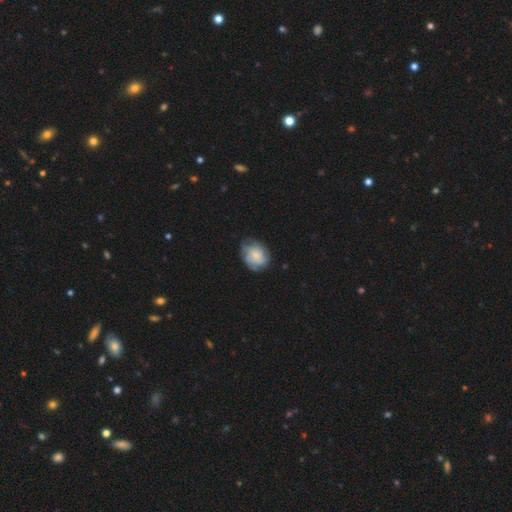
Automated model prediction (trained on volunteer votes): smooth 56%, featured or disk 37%, star or artifact 8%. Down the decision tree: how rounded — round (54%); merging — none (65%).